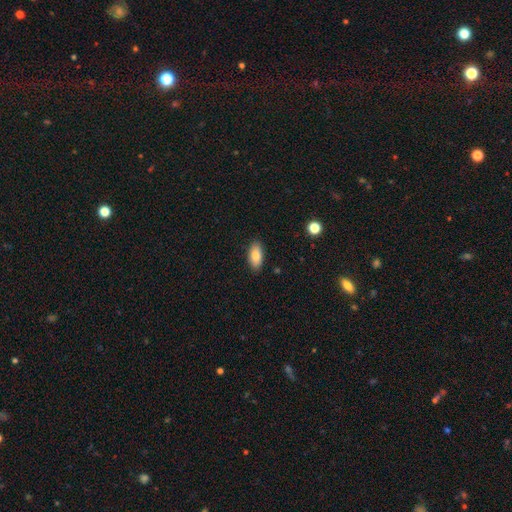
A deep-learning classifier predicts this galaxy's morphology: smooth-or-featured: smooth: 80% | featured or disk: 13% | star or artifact: 7%
  how-rounded: in between: 90% | cigar-shaped: 7% | round: 3%
  merging: none: 89% | minor disturbance: 8% | major disturbance: 2% | merger: 1%